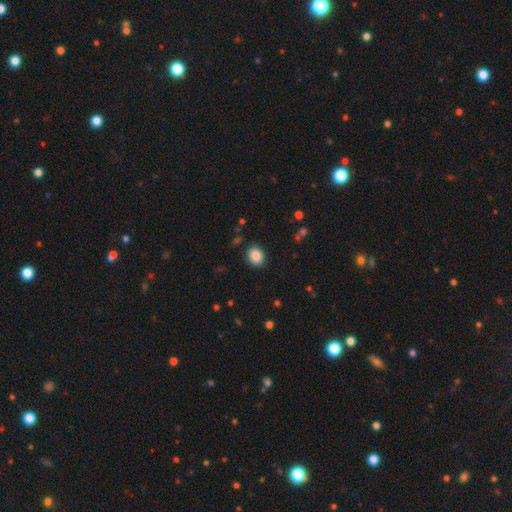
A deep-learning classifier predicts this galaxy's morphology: This appears to be a smooth galaxy with no disk features (87%) that is round (56%). Merging: none (86%).